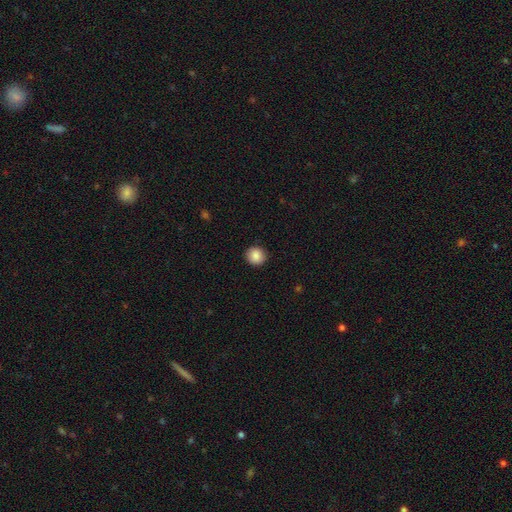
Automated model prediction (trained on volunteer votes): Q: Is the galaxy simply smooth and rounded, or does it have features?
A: smooth — 88%.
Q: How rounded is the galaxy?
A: round — 90%.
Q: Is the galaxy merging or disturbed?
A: none — 91%.